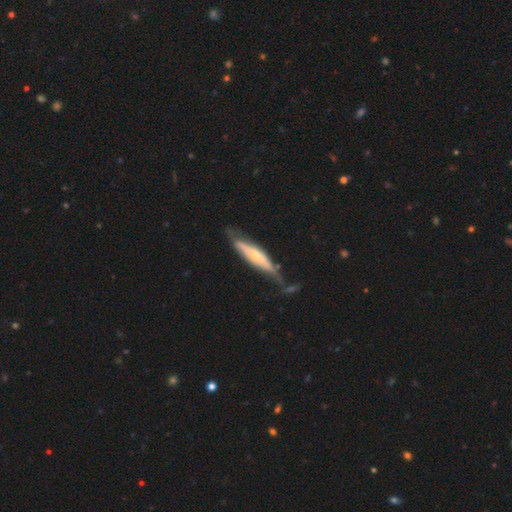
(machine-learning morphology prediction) Smooth or featured: featured or disk — 60% (smooth — 35%)
Edge-on disk: yes — 66% (no — 34%)
Merging: none — 50% (minor disturbance — 29%)